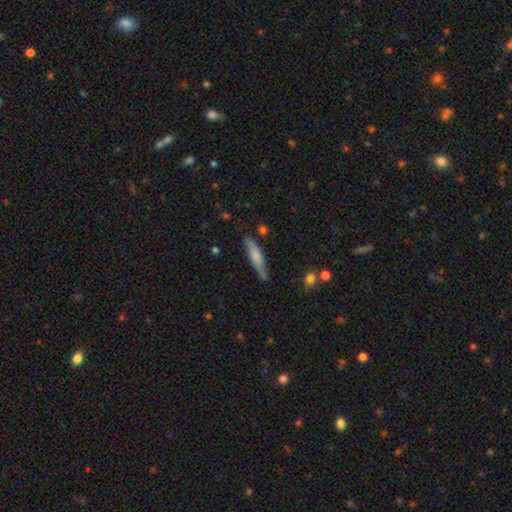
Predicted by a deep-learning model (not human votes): Q: Smooth or featured?
A: smooth (60%); runner-up: featured or disk (33%)
Q: How rounded?
A: cigar-shaped (83%); runner-up: in between (15%)
Q: Merging?
A: none (75%); runner-up: minor disturbance (18%)